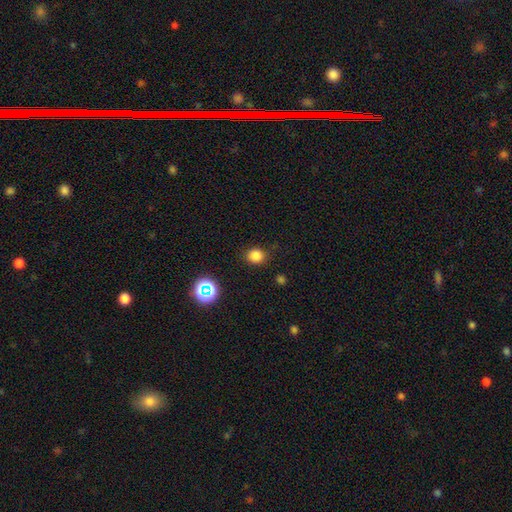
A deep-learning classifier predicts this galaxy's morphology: Q: Smooth or featured?
A: smooth (80%); runner-up: star or artifact (15%)
Q: How rounded?
A: round (78%); runner-up: in between (21%)
Q: Merging?
A: none (83%); runner-up: minor disturbance (12%)